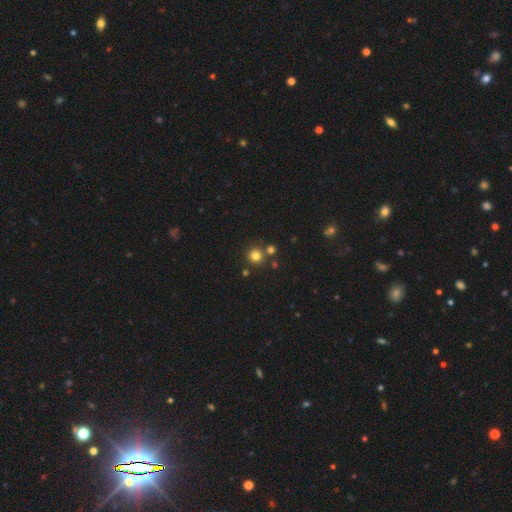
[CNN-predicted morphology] smooth_or_featured: smooth (p=0.79) [alt: star or artifact p=0.15]
how_rounded: round (p=0.94) [alt: in between p=0.05]
merging: none (p=0.79) [alt: merger p=0.12]